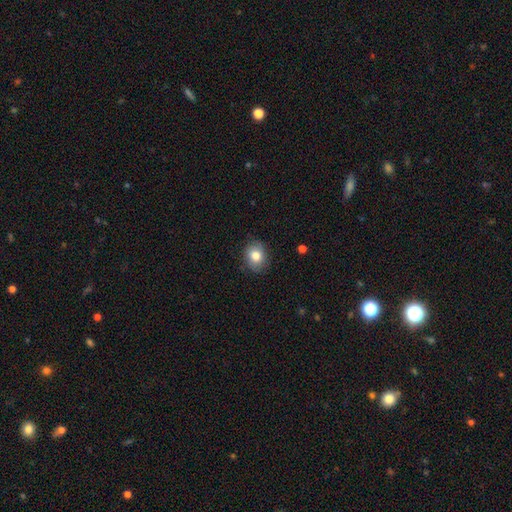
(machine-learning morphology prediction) Smooth or featured? smooth (82%)
How rounded? round (56%)
Merging? none (83%)